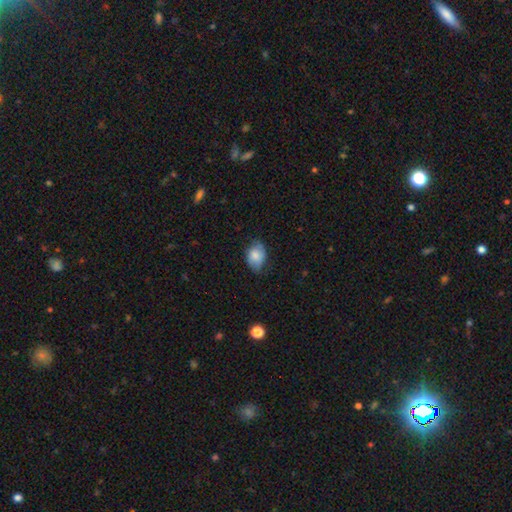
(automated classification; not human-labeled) This is likely a smooth galaxy (78%). How rounded: likely in between (75%). Merging: likely none (63%).